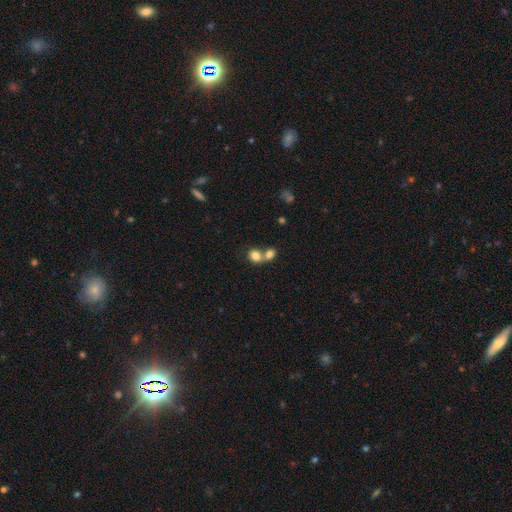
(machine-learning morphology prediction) A smooth galaxy with no disk features (79%) that is round (66%).

Vote fractions:
- Smooth or featured? smooth: 79% / featured or disk: 11% / star or artifact: 10%
- How rounded? round: 66% / in between: 33% / cigar-shaped: 1%
- Merging? merger: 63% / none: 28% / minor disturbance: 6% / major disturbance: 3%